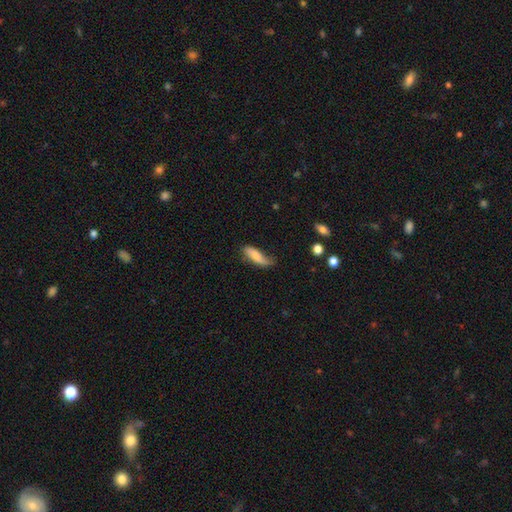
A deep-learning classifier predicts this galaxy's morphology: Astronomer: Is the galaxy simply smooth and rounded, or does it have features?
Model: smooth — 70%.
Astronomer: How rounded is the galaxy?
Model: in between — 55% (runner-up: cigar-shaped, 43%).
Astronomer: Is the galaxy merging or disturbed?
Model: none — 48% (runner-up: minor disturbance, 37%).